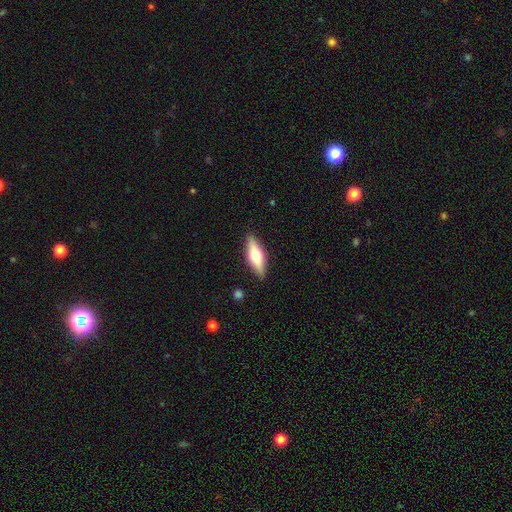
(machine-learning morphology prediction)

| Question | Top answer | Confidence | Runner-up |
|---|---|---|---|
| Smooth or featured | smooth | 54% | featured or disk (40%) |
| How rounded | in between | 50% | cigar-shaped (48%) |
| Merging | none | 88% | minor disturbance (9%) |